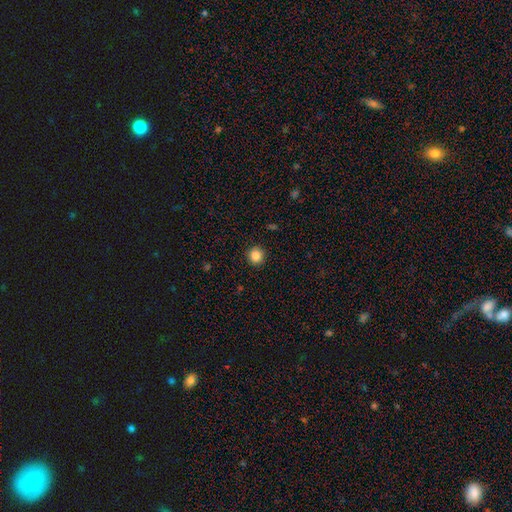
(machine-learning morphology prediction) Smooth or featured?
  - smooth: 86% *
  - star or artifact: 10%
  - featured or disk: 3%
How rounded?
  - round: 93% *
  - in between: 6%
  - cigar-shaped: 1%
Merging?
  - none: 92% *
  - minor disturbance: 5%
  - major disturbance: 2%
  - merger: 1%